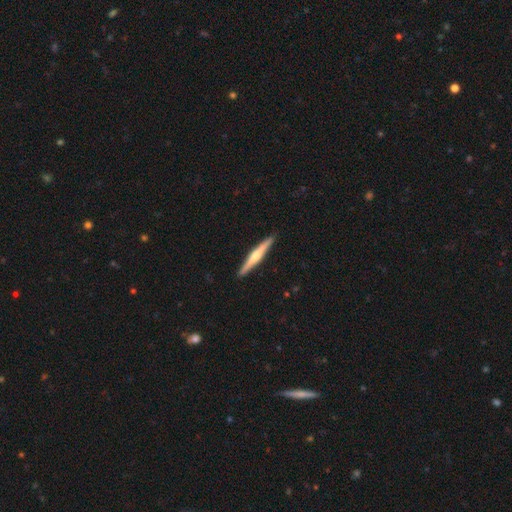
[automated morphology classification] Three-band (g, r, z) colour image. It shows a featured or disk galaxy (64%) viewed edge-on (98%) with a rounded central bulge (83%). Merging: none (92%).